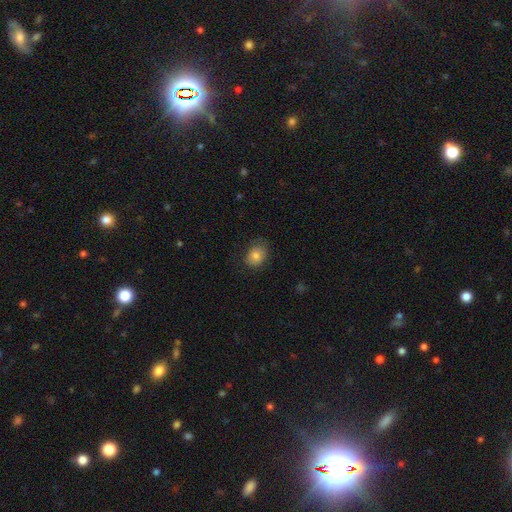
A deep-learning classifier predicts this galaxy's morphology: smooth 81%, featured or disk 10%, star or artifact 8%. Down the decision tree: how rounded — in between (61%); merging — none (72%).